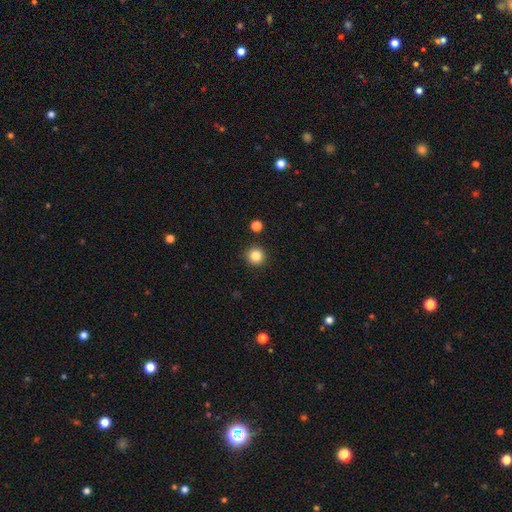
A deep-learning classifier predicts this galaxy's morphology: Smooth or featured?
  - smooth: 84% *
  - star or artifact: 11%
  - featured or disk: 4%
How rounded?
  - round: 95% *
  - in between: 4%
  - cigar-shaped: 1%
Merging?
  - none: 91% *
  - minor disturbance: 6%
  - merger: 2%
  - major disturbance: 2%